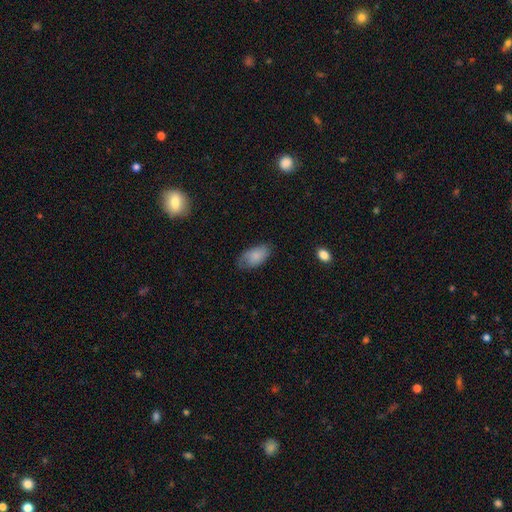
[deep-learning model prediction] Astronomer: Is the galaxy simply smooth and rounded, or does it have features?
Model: smooth — 81%.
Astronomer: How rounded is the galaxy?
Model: in between — 94%.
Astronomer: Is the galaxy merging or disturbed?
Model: none — 67%.